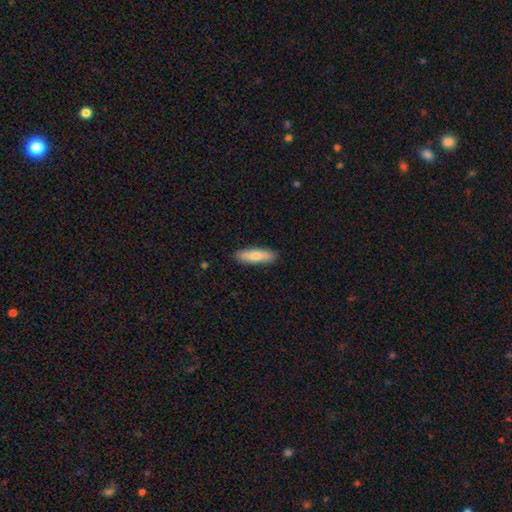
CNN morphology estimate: Q: Smooth or featured?
A: smooth (75%); runner-up: featured or disk (19%)
Q: How rounded?
A: cigar-shaped (64%); runner-up: in between (34%)
Q: Merging?
A: none (89%); runner-up: minor disturbance (8%)